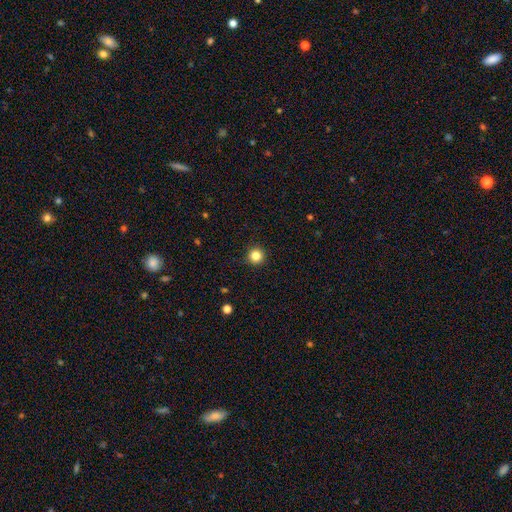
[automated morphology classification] This is clearly a smooth galaxy (84%). How rounded: clearly round (96%). Merging: clearly none (92%).